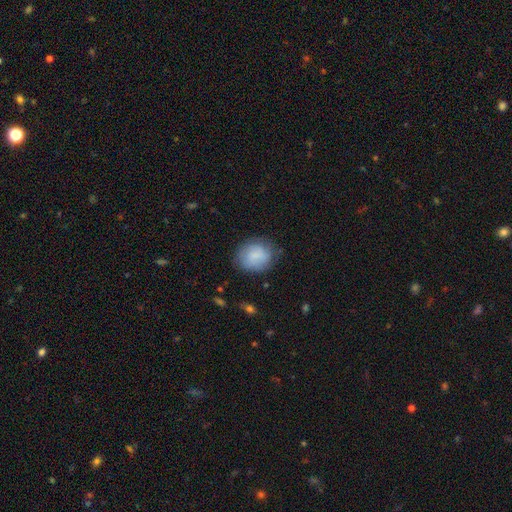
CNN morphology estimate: smooth_or_featured: smooth (p=0.79) [alt: featured or disk p=0.14]
how_rounded: round (p=0.66) [alt: in between p=0.33]
merging: none (p=0.70) [alt: minor disturbance p=0.22]